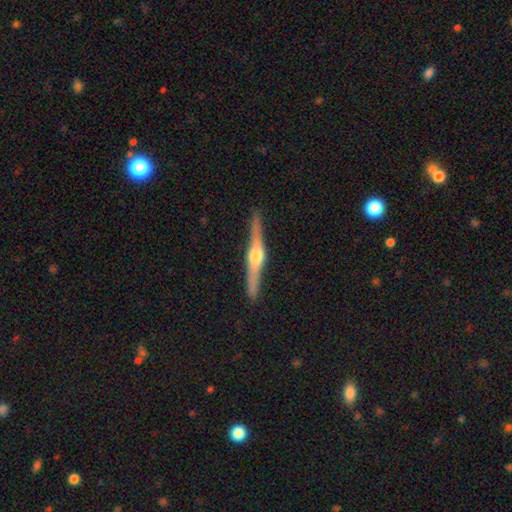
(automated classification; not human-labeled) Morphology: type=featured or disk (78%); edge-on=yes (98%); edge-on bulge=rounded (92%); merging=none (89%).